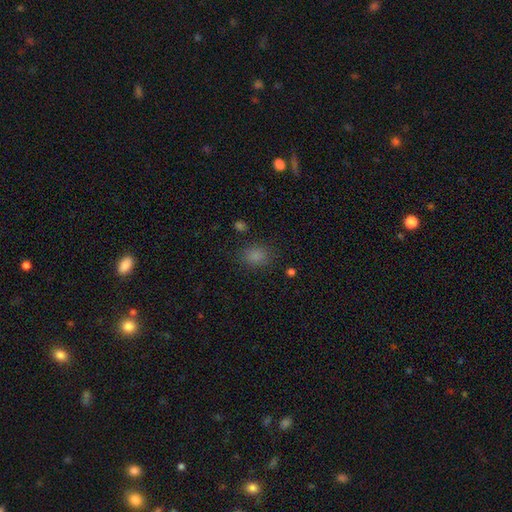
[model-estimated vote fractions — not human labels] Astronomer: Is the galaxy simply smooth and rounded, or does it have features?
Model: smooth — 81%.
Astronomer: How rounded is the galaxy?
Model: in between — 50% (runner-up: round, 49%).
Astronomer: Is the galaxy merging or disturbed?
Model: none — 81%.